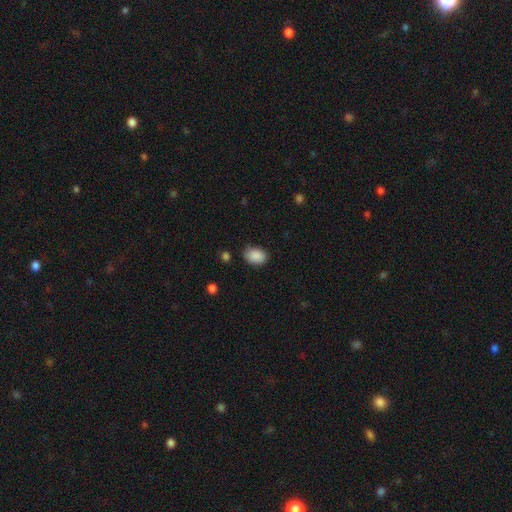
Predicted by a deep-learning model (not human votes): This appears to be a smooth galaxy with no disk features (89%) that is in between round and cigar-shaped (78%). Merging: none (75%).